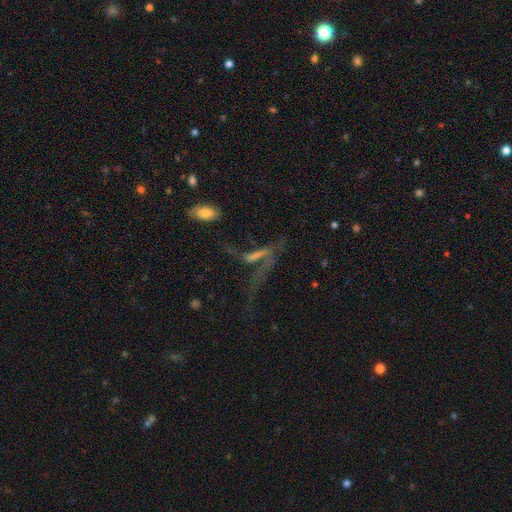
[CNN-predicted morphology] Smooth or featured? featured or disk (50%)
Edge-on disk? no (73%)
Merging? major disturbance (43%)